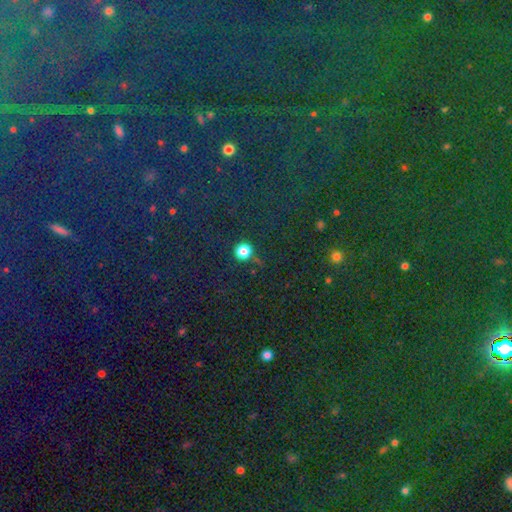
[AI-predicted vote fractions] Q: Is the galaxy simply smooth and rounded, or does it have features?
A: star or artifact — 80%.